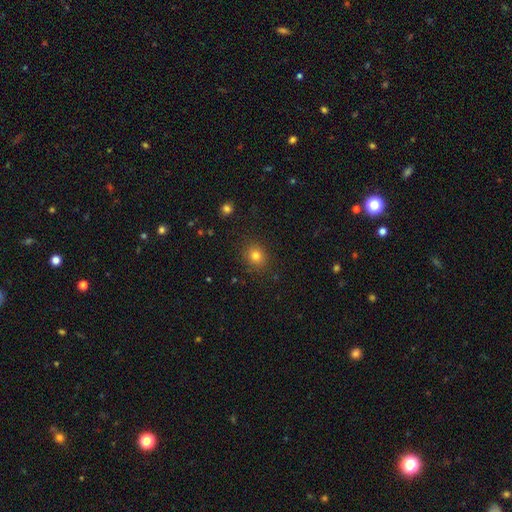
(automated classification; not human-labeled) The model was most divided on "how rounded": round: 73%, in between: 26%, cigar-shaped: 1%. More confident: merging — none (88%); smooth or featured — smooth (80%).